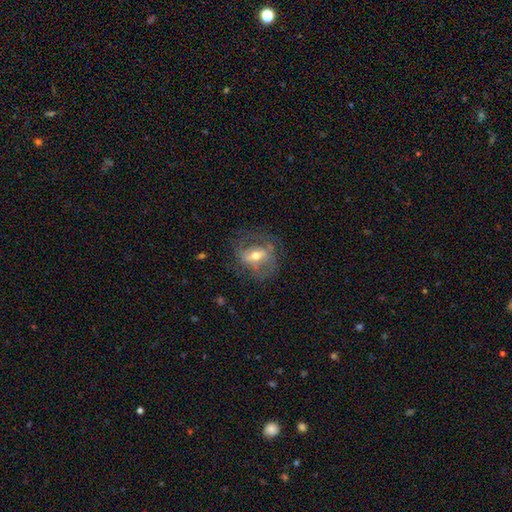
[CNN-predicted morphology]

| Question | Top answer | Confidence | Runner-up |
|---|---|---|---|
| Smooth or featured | featured or disk | 64% | smooth (28%) |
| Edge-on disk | no | 88% | yes (12%) |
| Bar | strong | 38% | weak (37%) |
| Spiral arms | no | 54% | yes (46%) |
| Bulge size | moderate | 69% | small (20%) |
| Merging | none | 59% | minor disturbance (21%) |